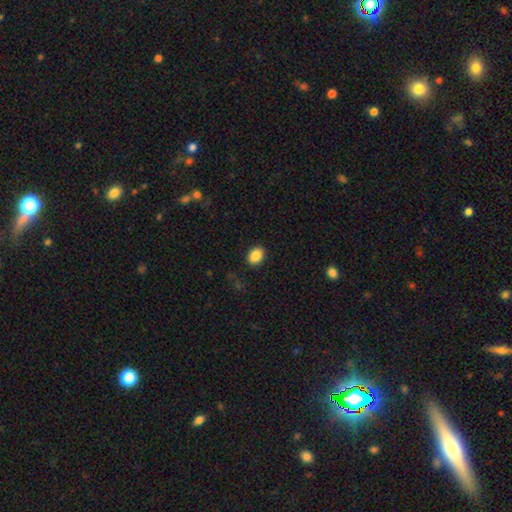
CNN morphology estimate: The model was most divided on "how rounded": in between: 73%, round: 26%, cigar-shaped: 1%. More confident: merging — none (90%); smooth or featured — smooth (88%).